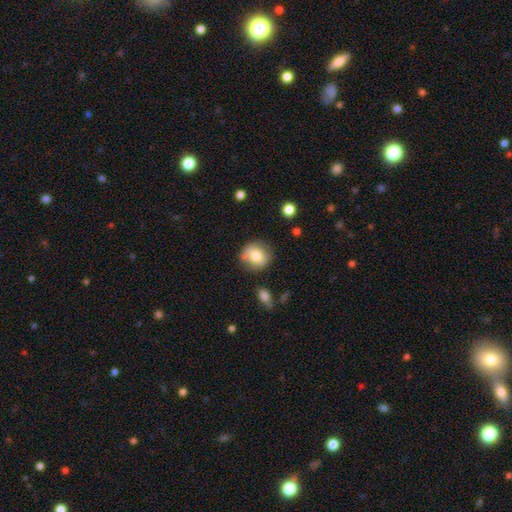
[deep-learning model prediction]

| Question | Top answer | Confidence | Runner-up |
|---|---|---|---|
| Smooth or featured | smooth | 75% | featured or disk (16%) |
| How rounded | round | 86% | in between (13%) |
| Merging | none | 76% | minor disturbance (16%) |